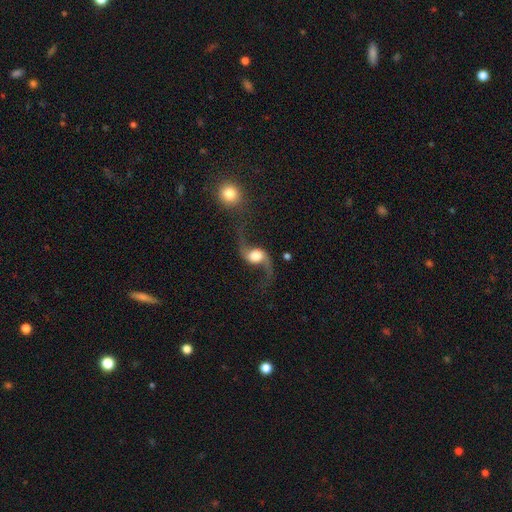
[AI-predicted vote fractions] Q: Smooth or featured?
A: featured or disk (85%); runner-up: smooth (9%)
Q: Edge-on disk?
A: no (96%); runner-up: yes (4%)
Q: Bar?
A: no (56%); runner-up: weak (30%)
Q: Spiral arms?
A: yes (96%); runner-up: no (4%)
Q: Spiral winding?
A: loose (92%); runner-up: medium (6%)
Q: Spiral arm count?
A: 2 (94%); runner-up: 1 (2%)
Q: Bulge size?
A: large (46%); runner-up: moderate (25%)
Q: Merging?
A: none (64%); runner-up: major disturbance (14%)